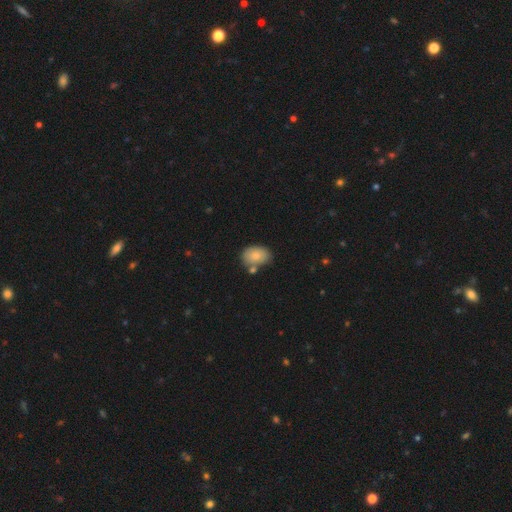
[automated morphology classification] The model was most divided on "merging": none: 67%, minor disturbance: 16%, merger: 13%, major disturbance: 4%. More confident: how rounded — in between (82%); smooth or featured — smooth (81%).